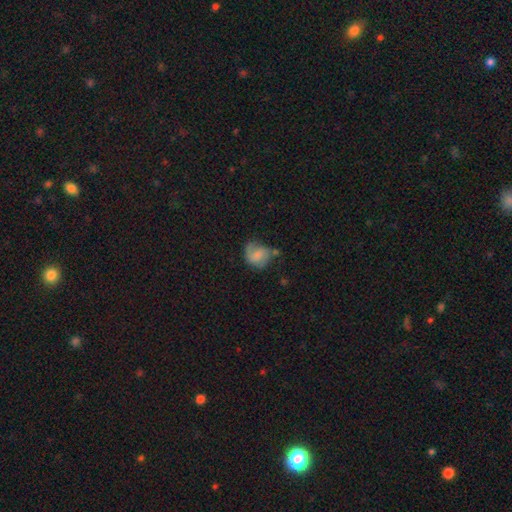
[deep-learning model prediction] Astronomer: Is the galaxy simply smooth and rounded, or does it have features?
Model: smooth — 53% (runner-up: featured or disk, 38%).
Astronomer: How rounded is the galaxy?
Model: round — 63%.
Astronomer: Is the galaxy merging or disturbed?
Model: none — 41% (runner-up: minor disturbance, 32%).